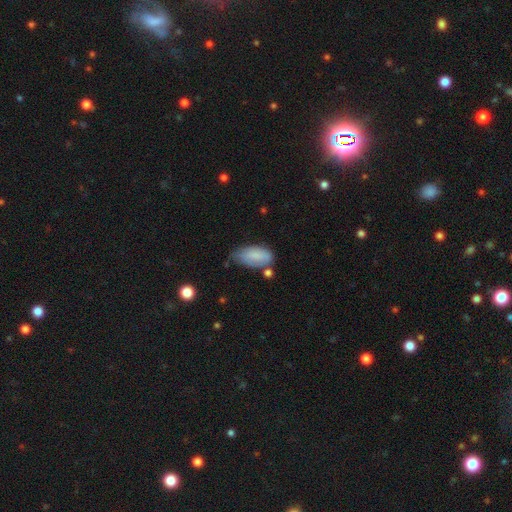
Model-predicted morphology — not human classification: Q: Smooth or featured?
A: smooth (82%); runner-up: featured or disk (12%)
Q: How rounded?
A: in between (91%); runner-up: cigar-shaped (6%)
Q: Merging?
A: none (47%); runner-up: minor disturbance (36%)